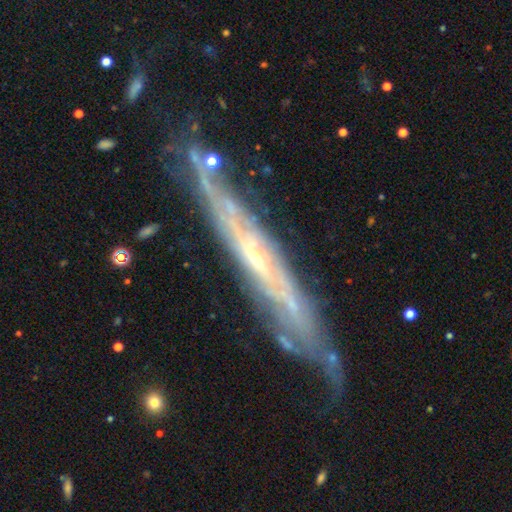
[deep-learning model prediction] This is clearly a featured or disk galaxy (81%). It is likely viewed edge-on (64%). Edge-on bulge: possibly none (59%). Merging: likely none (72%).